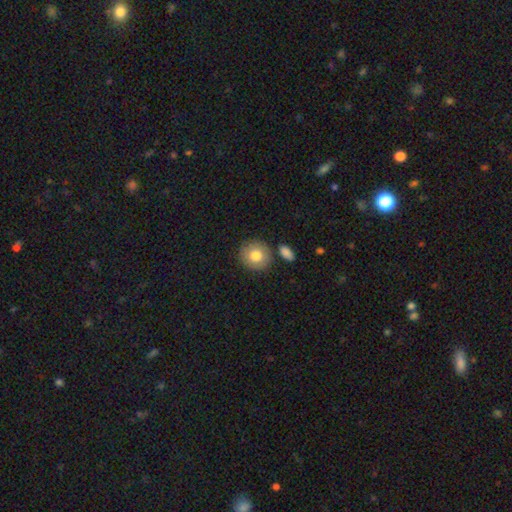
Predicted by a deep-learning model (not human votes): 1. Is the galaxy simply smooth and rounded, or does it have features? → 79% smooth, 14% featured or disk, 7% star or artifact.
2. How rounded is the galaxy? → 88% round, 11% in between, 1% cigar-shaped.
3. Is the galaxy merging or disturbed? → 80% none, 10% minor disturbance, 6% merger, 3% major disturbance.